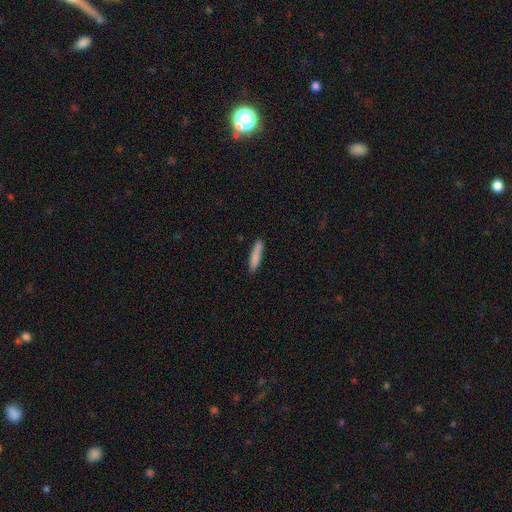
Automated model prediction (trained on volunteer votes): Smooth or featured? Predicted: smooth (p=0.85). How rounded? Predicted: cigar-shaped (p=0.85). Merging? Predicted: none (p=0.86).